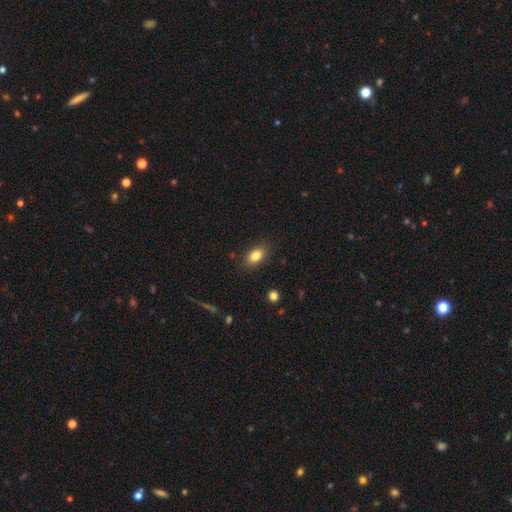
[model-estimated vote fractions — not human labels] Smooth or featured: smooth — 83% (star or artifact — 9%)
How rounded: in between — 86% (round — 10%)
Merging: none — 86% (minor disturbance — 10%)